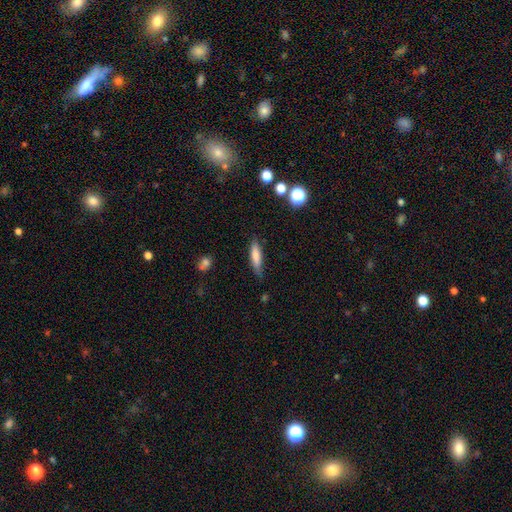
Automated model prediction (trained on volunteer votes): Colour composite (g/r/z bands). It shows a smooth galaxy with no disk features (76%) that is cigar-shaped (75%). Merging: none (75%).